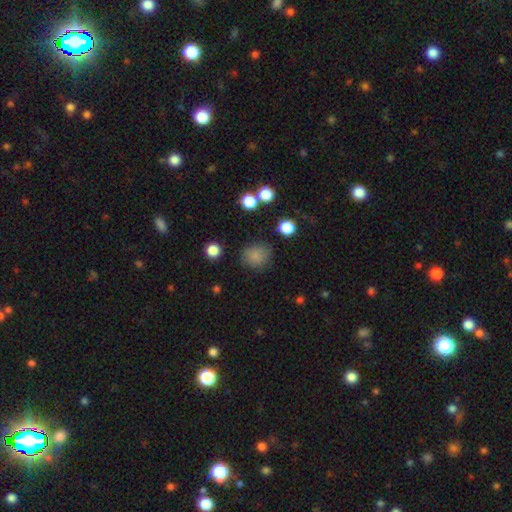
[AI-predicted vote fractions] smooth 82%, star or artifact 12%, featured or disk 5%. Down the decision tree: how rounded — round (79%); merging — none (80%).